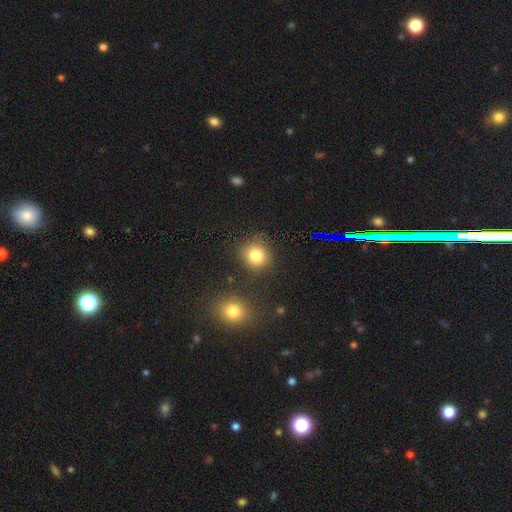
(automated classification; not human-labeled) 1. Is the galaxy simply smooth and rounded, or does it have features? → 81% smooth, 13% star or artifact, 6% featured or disk.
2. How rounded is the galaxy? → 86% round, 13% in between, 1% cigar-shaped.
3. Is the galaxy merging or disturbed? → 80% none, 11% minor disturbance, 5% merger, 4% major disturbance.